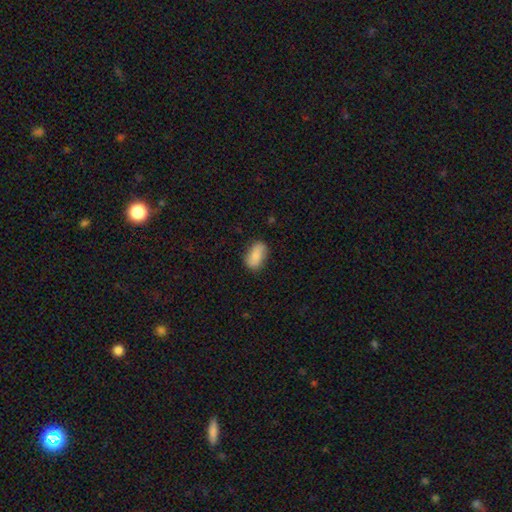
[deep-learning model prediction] A smooth galaxy with no disk features (84%) that is in between round and cigar-shaped (91%).

Vote fractions:
- Smooth or featured? smooth: 84% / featured or disk: 9% / star or artifact: 7%
- How rounded? in between: 91% / round: 6% / cigar-shaped: 4%
- Merging? none: 77% / minor disturbance: 18% / major disturbance: 4% / merger: 2%